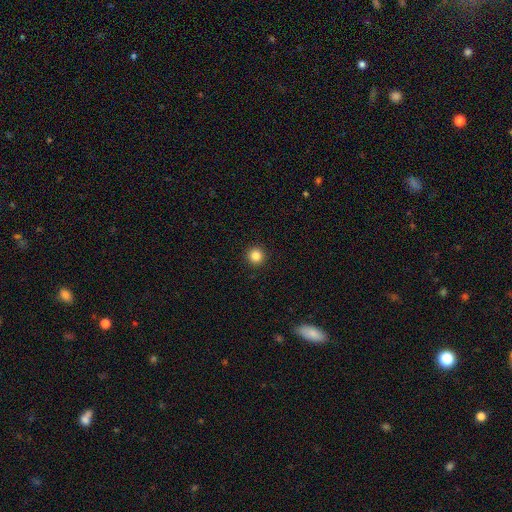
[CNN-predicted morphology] This appears to be a smooth galaxy with no disk features (85%) that is round (96%). Merging: none (94%).